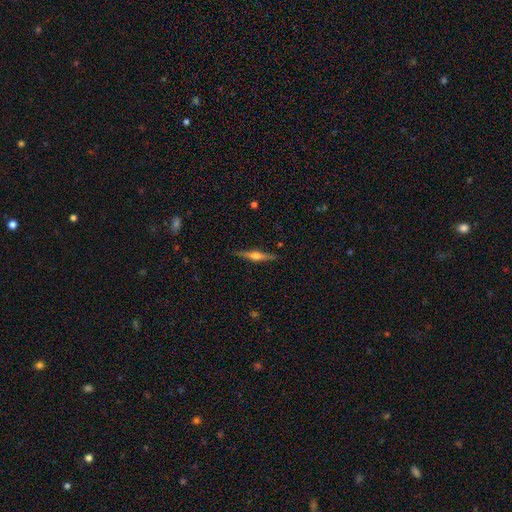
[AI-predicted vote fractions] featured or disk 75%, smooth 19%, star or artifact 6%. Down the decision tree: edge-on disk — yes (98%); edge-on bulge — rounded (88%); merging — none (90%).